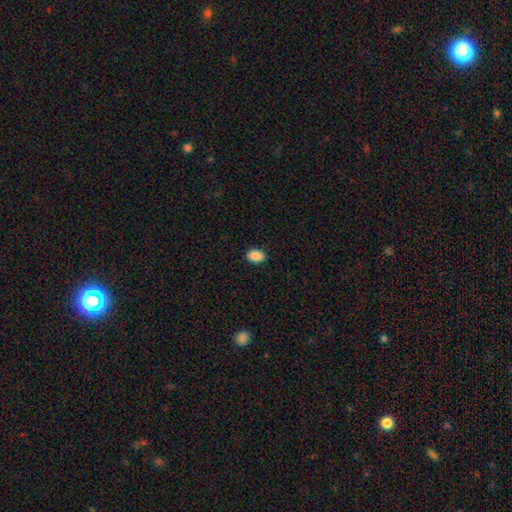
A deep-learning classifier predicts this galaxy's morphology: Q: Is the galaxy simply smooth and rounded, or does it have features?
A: smooth — 89%.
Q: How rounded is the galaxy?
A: in between — 77%.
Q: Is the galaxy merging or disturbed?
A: none — 89%.